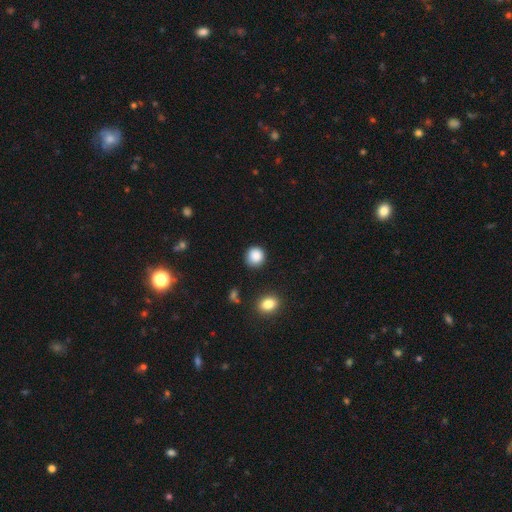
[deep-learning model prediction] A smooth galaxy with no disk features (88%) that is round (90%). Merging: none (86%).